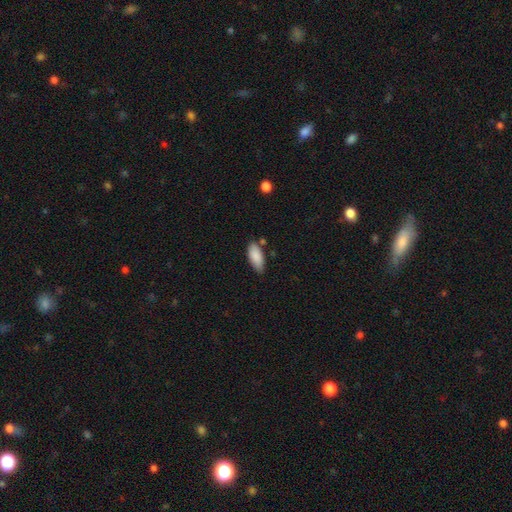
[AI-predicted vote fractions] Smooth or featured: smooth — 88% (star or artifact — 6%)
How rounded: in between — 86% (cigar-shaped — 12%)
Merging: none — 72% (minor disturbance — 21%)